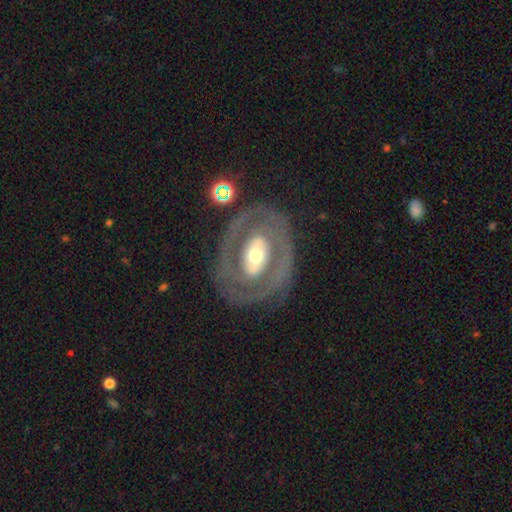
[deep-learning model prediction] Smooth or featured? featured or disk (78%)
Edge-on disk? no (95%)
Bar? no (49%)
Spiral arms? yes (57%)
Bulge size? moderate (63%)
Merging? none (77%)